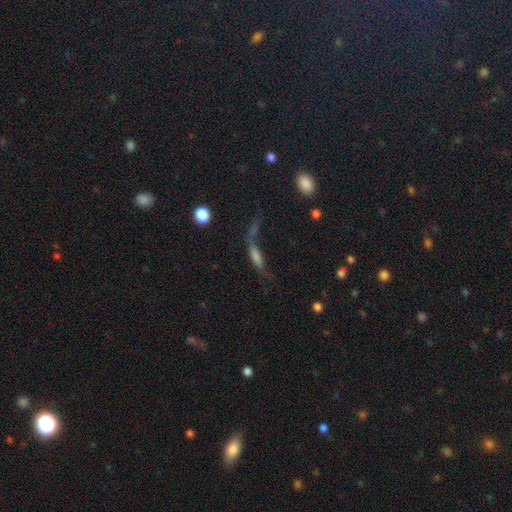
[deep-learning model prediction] Smooth or featured: smooth — 52% (featured or disk — 32%)
How rounded: cigar-shaped — 59% (in between — 36%)
Merging: none — 33% (major disturbance — 31%)